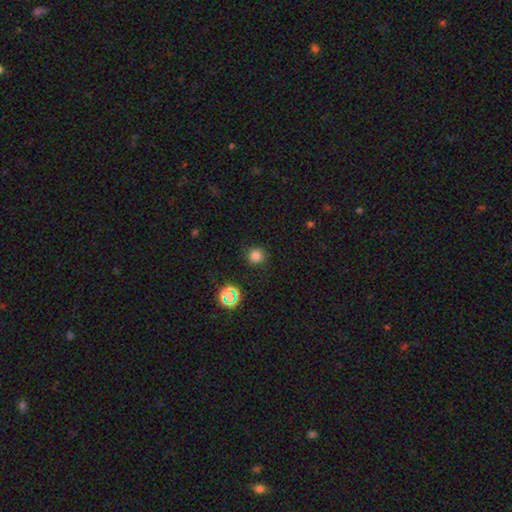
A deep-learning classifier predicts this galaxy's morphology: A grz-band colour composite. It shows a smooth galaxy with no disk features (78%) that is round (94%). Merging: none (90%).